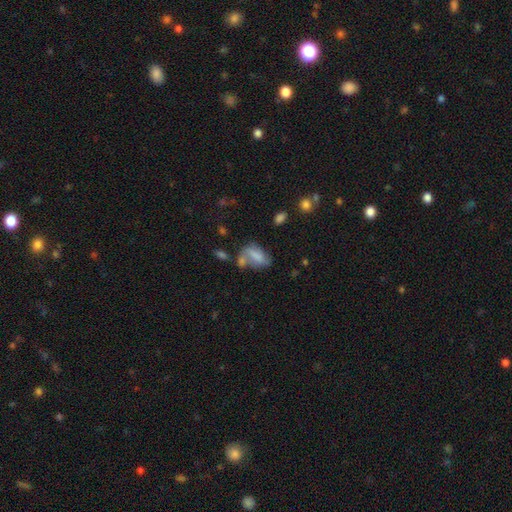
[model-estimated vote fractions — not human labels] The model was most divided on "merging": none: 32%, merger: 26%, minor disturbance: 22%, major disturbance: 20%. More confident: how rounded — in between (85%); smooth or featured — smooth (64%).